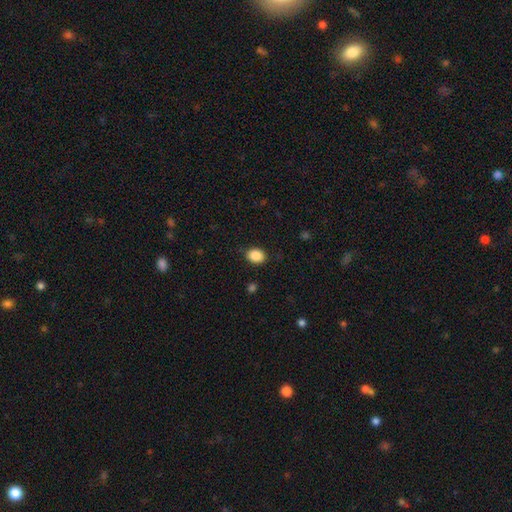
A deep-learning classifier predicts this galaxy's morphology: The model was most divided on "how rounded": in between: 50%, round: 49%, cigar-shaped: 1%. More confident: smooth or featured — smooth (88%); merging — none (88%).